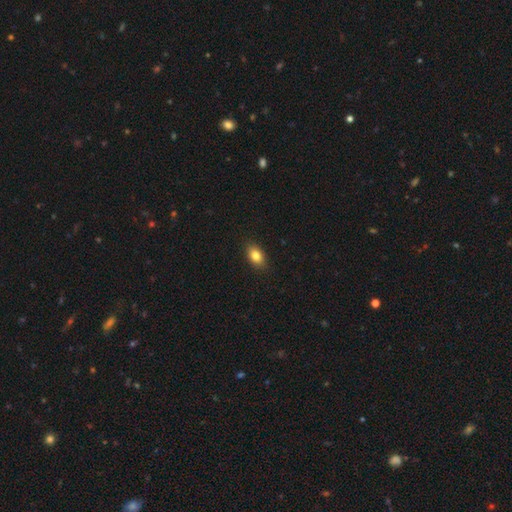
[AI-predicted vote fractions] smooth-or-featured: smooth: 83% | featured or disk: 9% | star or artifact: 8%
  how-rounded: in between: 86% | round: 12% | cigar-shaped: 2%
  merging: none: 89% | minor disturbance: 8% | major disturbance: 2% | merger: 1%